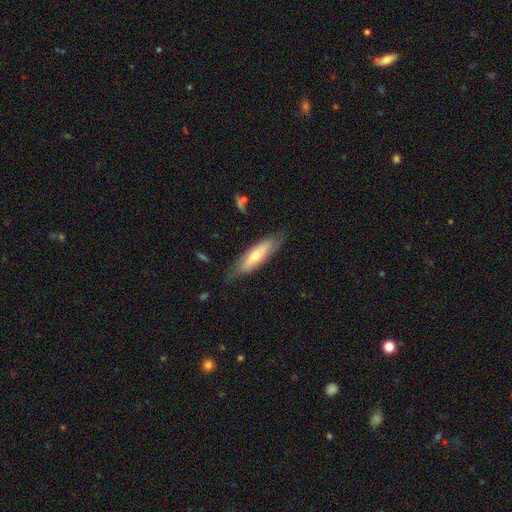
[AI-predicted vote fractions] smooth-or-featured: featured or disk: 50% | smooth: 45% | star or artifact: 6%
  merging: none: 74% | minor disturbance: 19% | major disturbance: 5% | merger: 1%